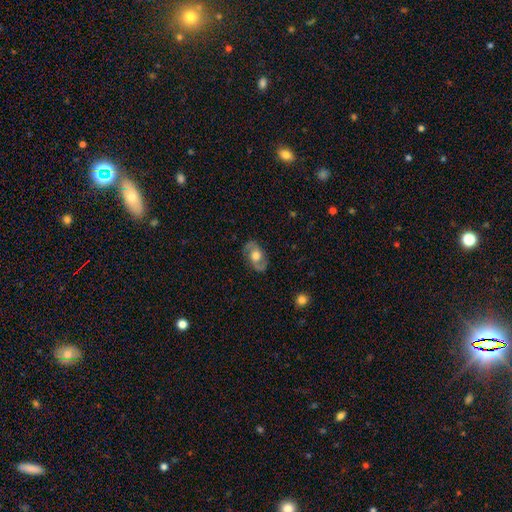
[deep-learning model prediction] Smooth or featured? Predicted: featured or disk (p=0.64). Edge-on disk? Predicted: no (p=0.94). Bar? Predicted: no (p=0.69). Spiral arms? Predicted: yes (p=0.81). Bulge size? Predicted: moderate (p=0.52). Merging? Predicted: none (p=0.81).